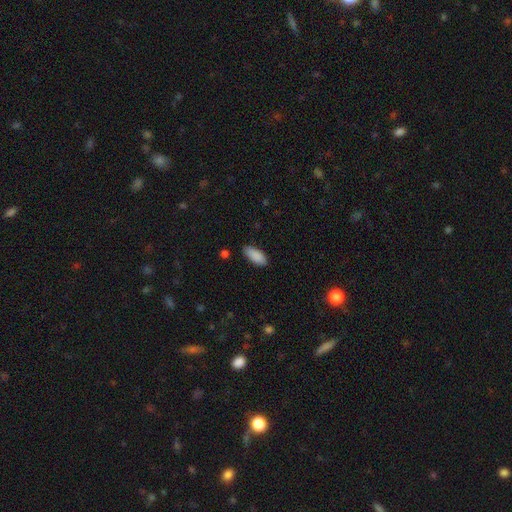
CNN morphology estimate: Smooth or featured? Predicted: smooth (p=0.90). How rounded? Predicted: in between (p=0.87). Merging? Predicted: none (p=0.83).